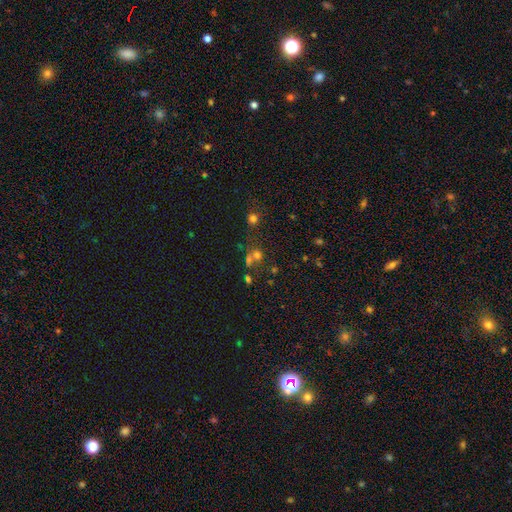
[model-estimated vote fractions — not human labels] A smooth galaxy with no disk features (57%) that is round (81%).

Vote fractions:
- Smooth or featured? smooth: 57% / star or artifact: 29% / featured or disk: 14%
- How rounded? round: 81% / in between: 18% / cigar-shaped: 1%
- Merging? none: 47% / merger: 38% / minor disturbance: 9% / major disturbance: 6%